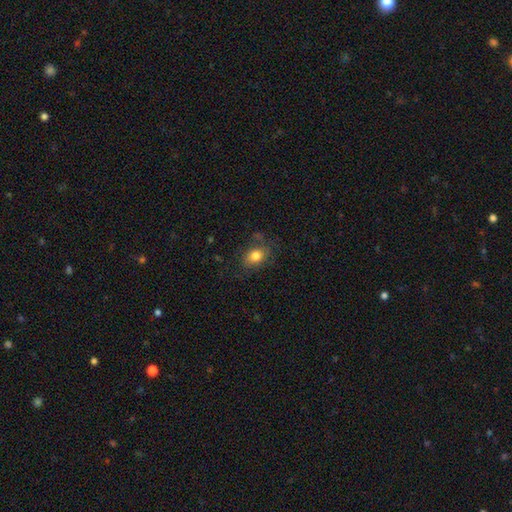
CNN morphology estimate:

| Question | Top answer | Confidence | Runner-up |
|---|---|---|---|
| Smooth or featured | smooth | 77% | featured or disk (13%) |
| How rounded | in between | 65% | round (34%) |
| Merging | none | 68% | minor disturbance (20%) |